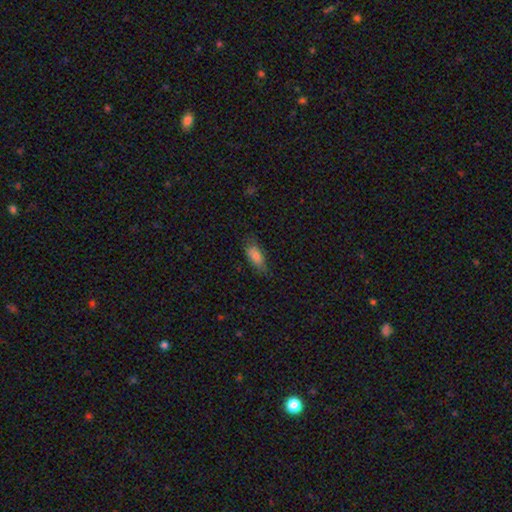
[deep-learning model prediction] Overall: smooth (78%). How rounded: in between (77%). Merging: none (64%; minor disturbance 27%).